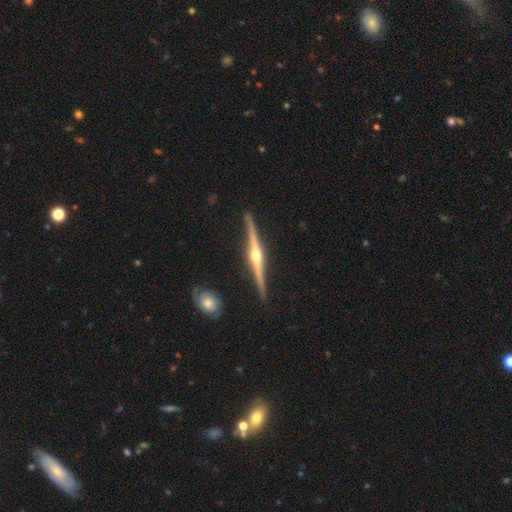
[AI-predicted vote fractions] Smooth or featured? featured or disk (87%)
Edge-on disk? yes (98%)
Edge-on bulge? rounded (95%)
Merging? none (90%)